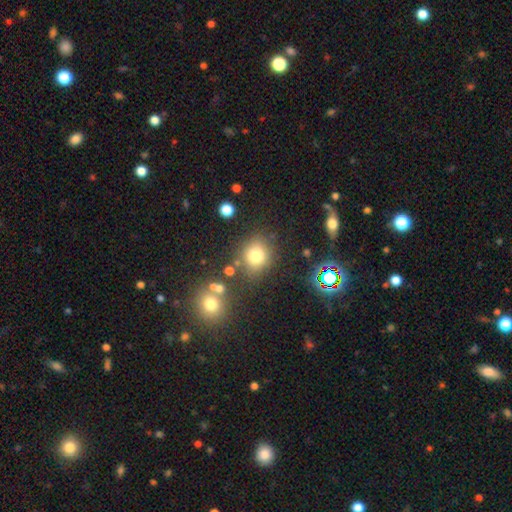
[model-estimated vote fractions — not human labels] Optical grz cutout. It shows a smooth galaxy with no disk features (76%) that is round (80%). Merging: none (76%).